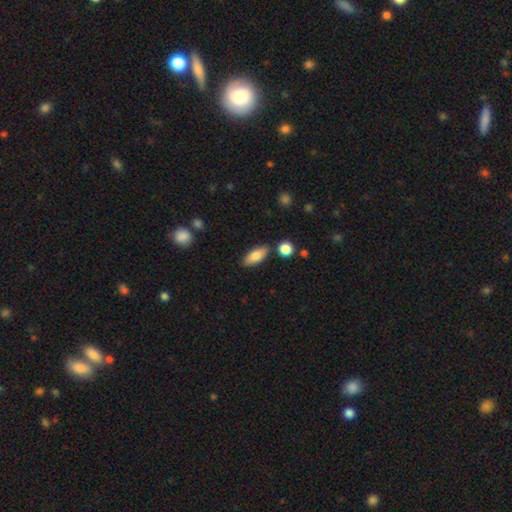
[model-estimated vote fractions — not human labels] smooth_or_featured: smooth (p=0.80) [alt: featured or disk p=0.13]
how_rounded: in between (p=0.78) [alt: cigar-shaped p=0.18]
merging: none (p=0.82) [alt: minor disturbance p=0.11]